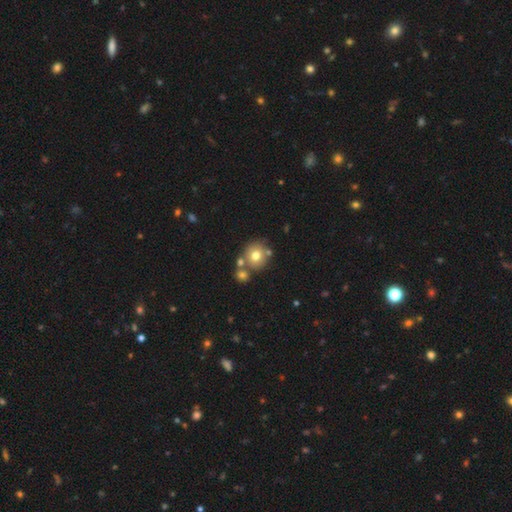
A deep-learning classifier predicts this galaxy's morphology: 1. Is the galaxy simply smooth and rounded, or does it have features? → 72% smooth, 17% featured or disk, 11% star or artifact.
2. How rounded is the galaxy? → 85% round, 15% in between, 1% cigar-shaped.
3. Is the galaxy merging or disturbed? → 62% none, 24% merger, 10% minor disturbance, 4% major disturbance.